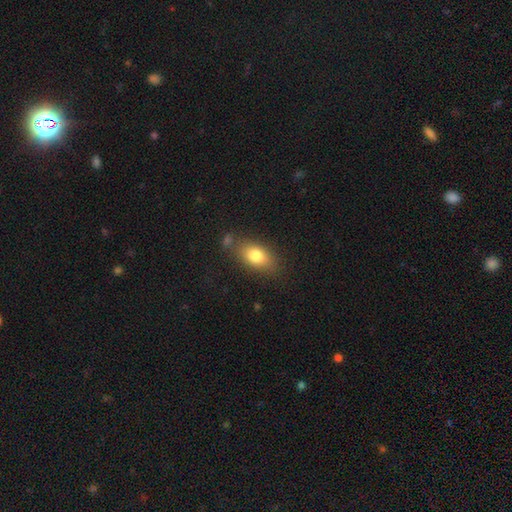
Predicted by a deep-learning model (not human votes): This is likely a smooth galaxy (79%). How rounded: clearly in between (84%). Merging: likely none (72%).